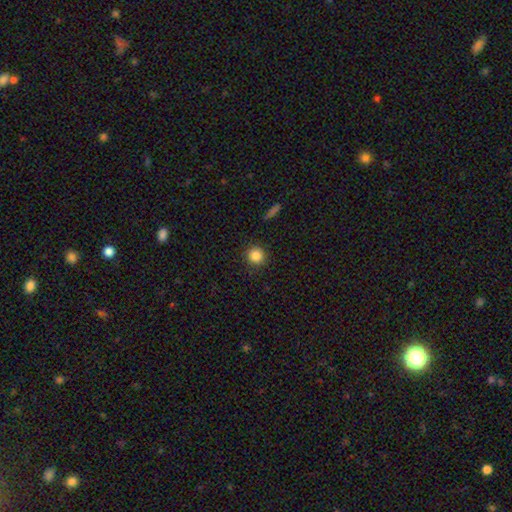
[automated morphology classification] A smooth galaxy with no disk features (85%) that is round (93%). Merging: none (89%).